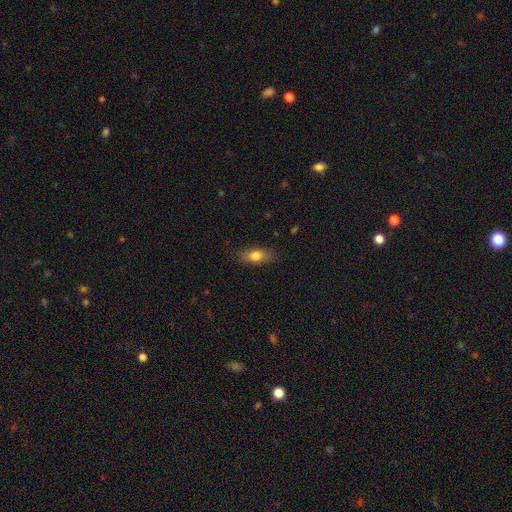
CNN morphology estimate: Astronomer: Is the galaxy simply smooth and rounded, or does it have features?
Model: smooth — 76%.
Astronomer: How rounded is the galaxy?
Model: in between — 80%.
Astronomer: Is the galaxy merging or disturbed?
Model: none — 84%.